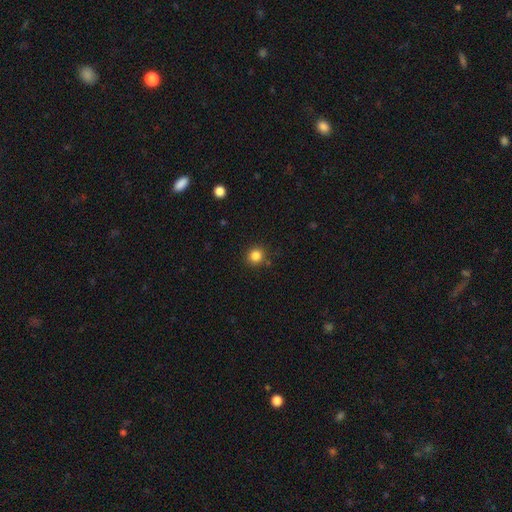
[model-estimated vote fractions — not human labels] Smooth or featured?
  - smooth: 84% *
  - star or artifact: 12%
  - featured or disk: 4%
How rounded?
  - round: 91% *
  - in between: 8%
  - cigar-shaped: 1%
Merging?
  - none: 88% *
  - minor disturbance: 7%
  - merger: 2%
  - major disturbance: 2%